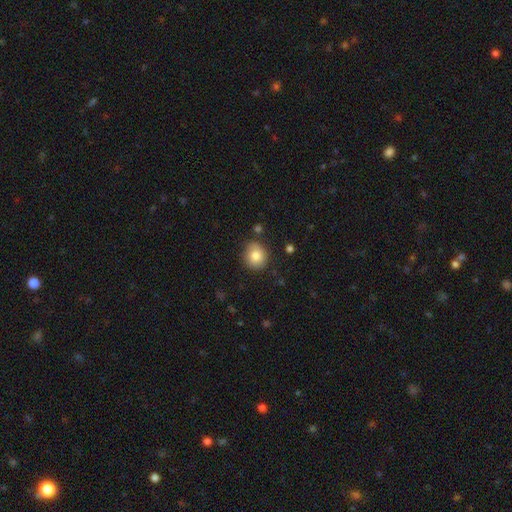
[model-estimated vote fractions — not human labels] smooth-or-featured: smooth: 83% | star or artifact: 9% | featured or disk: 8%
  how-rounded: round: 80% | in between: 19% | cigar-shaped: 1%
  merging: none: 82% | minor disturbance: 13% | major disturbance: 3% | merger: 2%